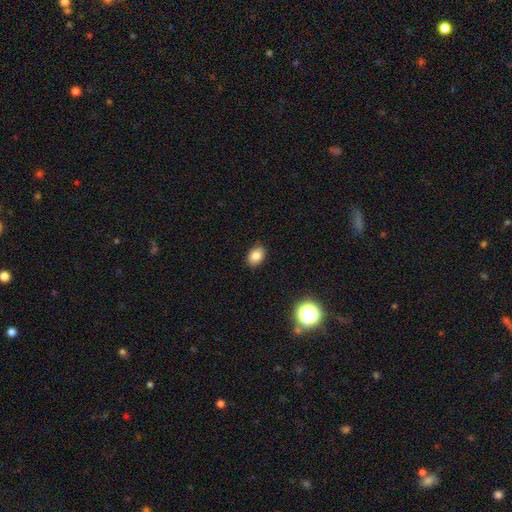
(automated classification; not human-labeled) Smooth or featured? smooth (83%)
How rounded? in between (70%)
Merging? none (88%)